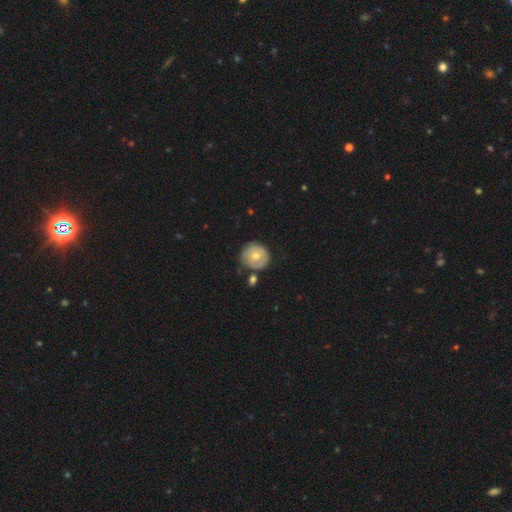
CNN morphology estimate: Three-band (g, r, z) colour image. It shows a smooth galaxy with no disk features (59%) that is round (91%). Merging: none (72%).